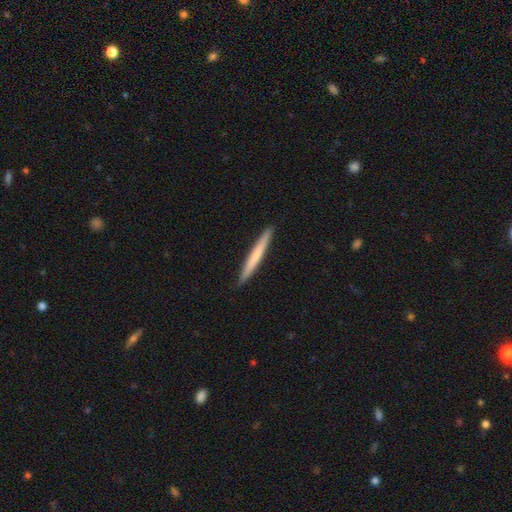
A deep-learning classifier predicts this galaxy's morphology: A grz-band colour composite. It shows a smooth galaxy with no disk features (63%) that is cigar-shaped (97%). Merging: none (93%).